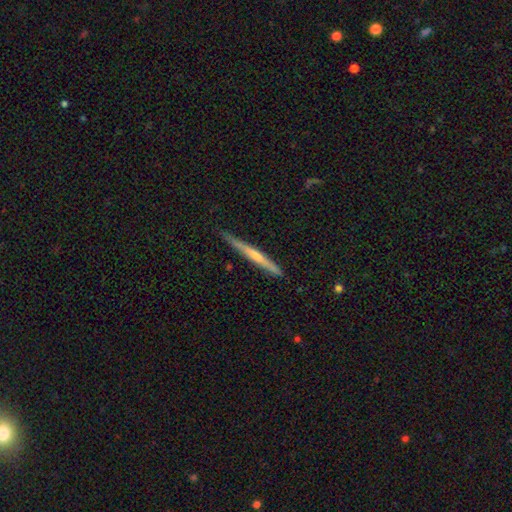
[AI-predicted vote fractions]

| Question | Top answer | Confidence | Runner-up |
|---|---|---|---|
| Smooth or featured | featured or disk | 54% | smooth (40%) |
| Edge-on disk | yes | 97% | no (3%) |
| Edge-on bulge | none | 54% | rounded (38%) |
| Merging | none | 85% | minor disturbance (12%) |